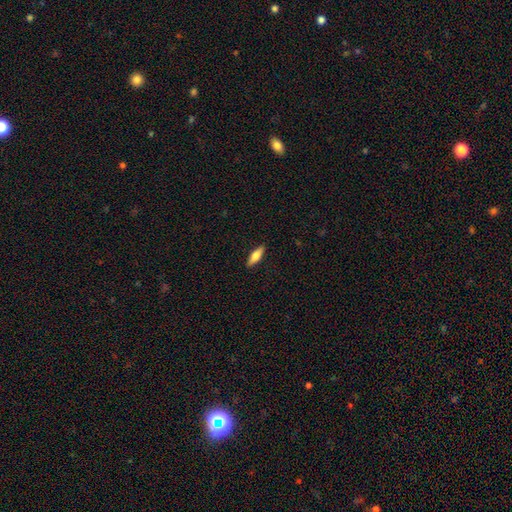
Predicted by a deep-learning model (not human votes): Morphology: type=smooth (66%); roundness=in between (52%); merging=none (90%).